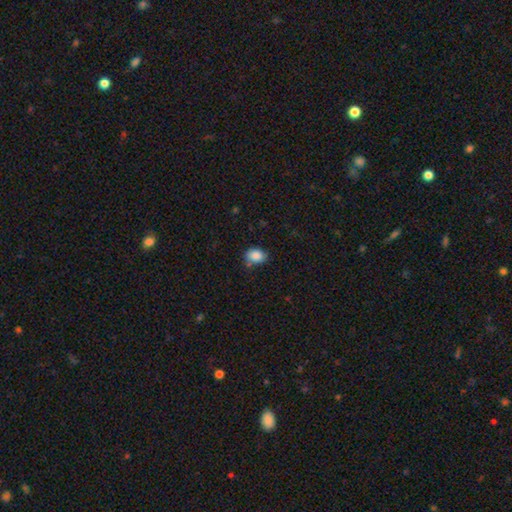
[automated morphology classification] Overall: smooth (87%). How rounded: in between (71%). Merging: none (68%).